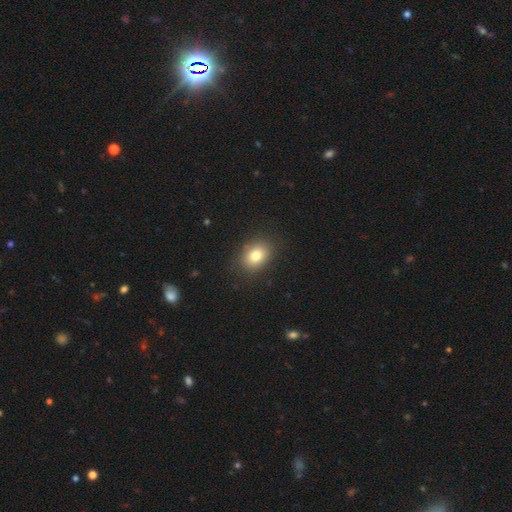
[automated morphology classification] type=smooth (80%); roundness=in between (64%); merging=none (87%).